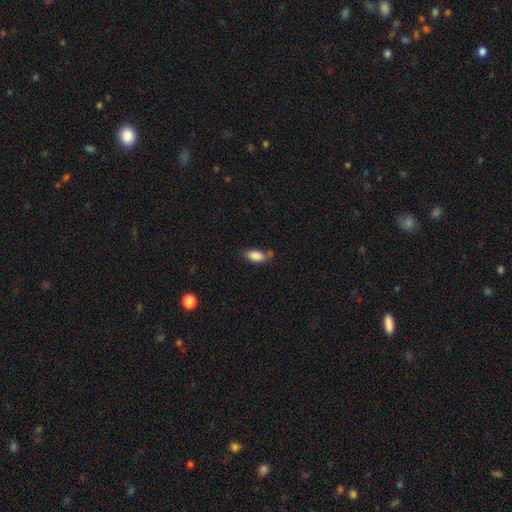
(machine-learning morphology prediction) A smooth galaxy with no disk features (86%) that is in between round and cigar-shaped (90%).

Vote fractions:
- Smooth or featured? smooth: 86% / star or artifact: 8% / featured or disk: 6%
- How rounded? in between: 90% / cigar-shaped: 5% / round: 5%
- Merging? none: 56% / minor disturbance: 26% / merger: 12% / major disturbance: 7%